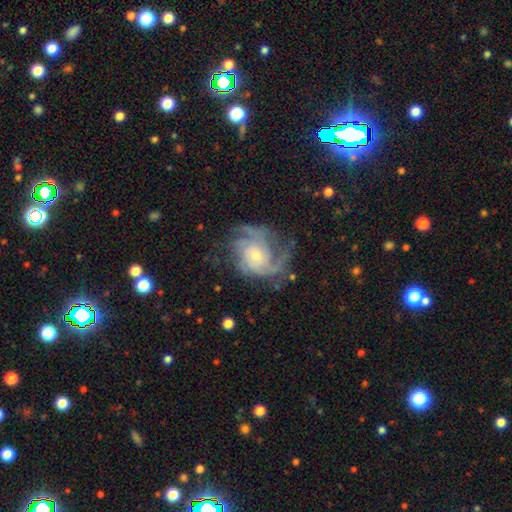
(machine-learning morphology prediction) featured or disk 86%, smooth 7%, star or artifact 7%. Down the decision tree: edge-on disk — no (98%); bar — no (72%); spiral arms — yes (96%); spiral arm count — 3 (32%); spiral winding — tight (44%); bulge size — small (63%); merging — none (64%).